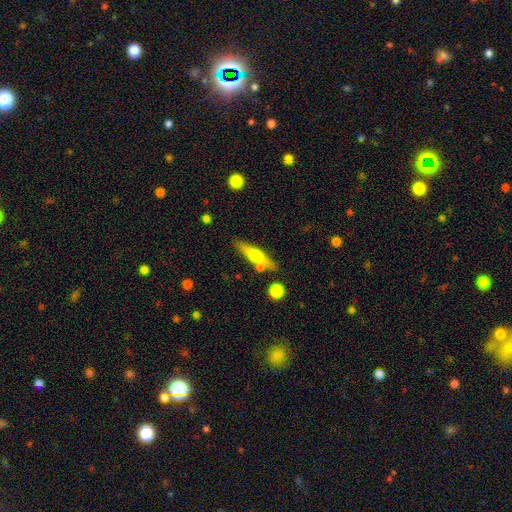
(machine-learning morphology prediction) This appears to be a featured or disk galaxy (50%) viewed edge-on (91%). Merging: none (74%).